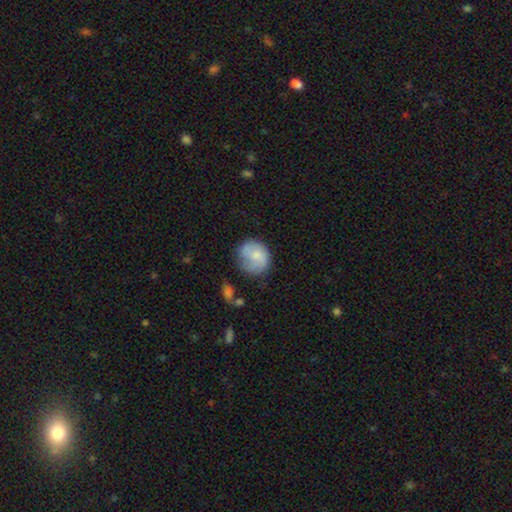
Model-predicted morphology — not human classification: Smooth or featured? smooth (63%)
How rounded? round (77%)
Merging? none (53%)